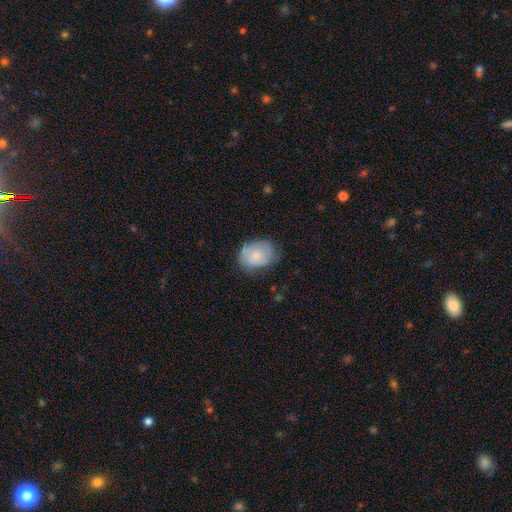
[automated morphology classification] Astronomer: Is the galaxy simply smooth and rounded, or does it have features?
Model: smooth — 64%.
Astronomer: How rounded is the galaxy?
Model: in between — 65%.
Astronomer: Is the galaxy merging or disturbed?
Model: none — 56% (runner-up: minor disturbance, 31%).